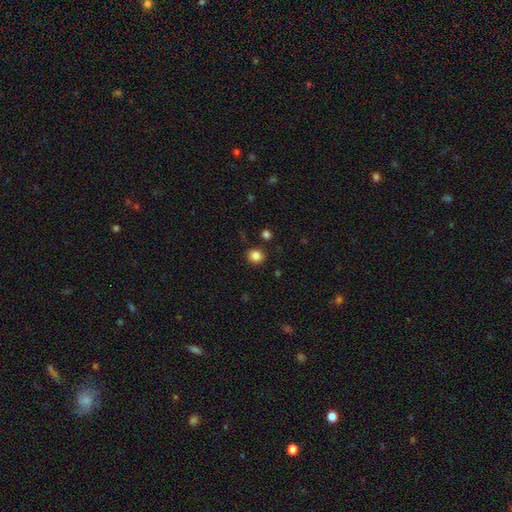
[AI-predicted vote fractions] Overall: smooth (85%). How rounded: round (81%). Merging: none (86%).